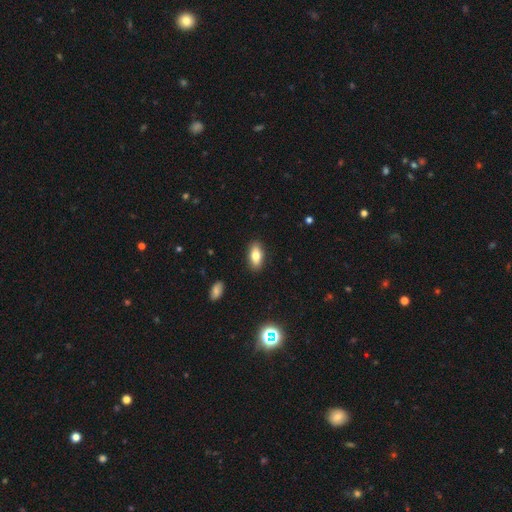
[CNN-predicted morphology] This is likely a smooth galaxy (79%). How rounded: clearly in between (88%). Merging: clearly none (88%).